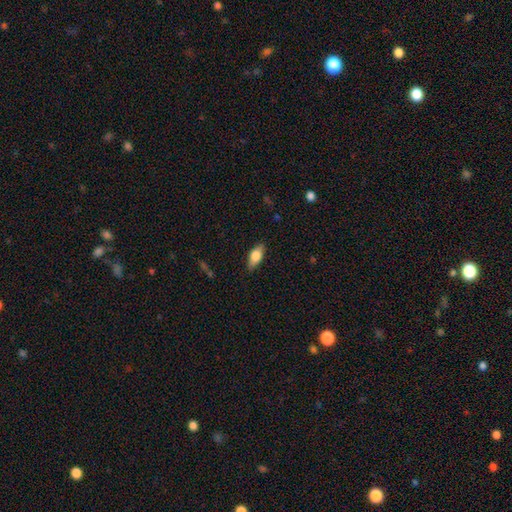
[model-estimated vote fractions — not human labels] A smooth galaxy with no disk features (69%) that is in between round and cigar-shaped (82%).

Vote fractions:
- Smooth or featured? smooth: 69% / featured or disk: 24% / star or artifact: 7%
- How rounded? in between: 82% / cigar-shaped: 15% / round: 4%
- Merging? none: 85% / minor disturbance: 12% / major disturbance: 2% / merger: 1%